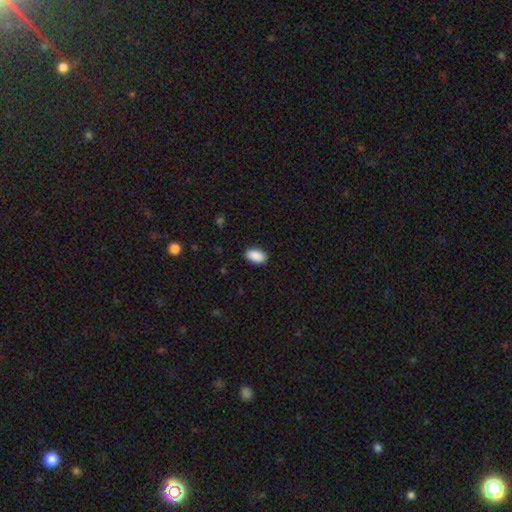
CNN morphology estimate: Overall: smooth (91%). How rounded: in between (94%). Merging: none (89%).